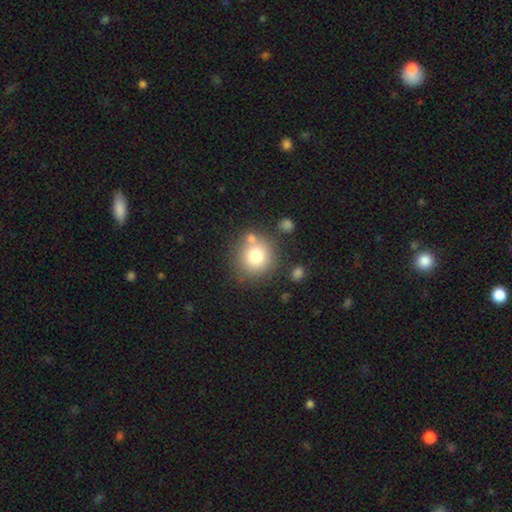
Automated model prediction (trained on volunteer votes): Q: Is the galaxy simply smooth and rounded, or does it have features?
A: smooth — 76%.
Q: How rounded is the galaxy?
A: round — 89%.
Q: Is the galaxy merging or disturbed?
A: none — 70%.